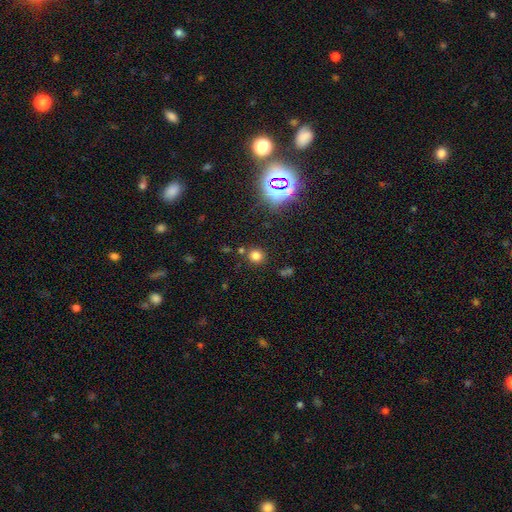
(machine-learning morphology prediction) This is likely a smooth galaxy (74%). How rounded: clearly round (83%). Merging: clearly none (81%).